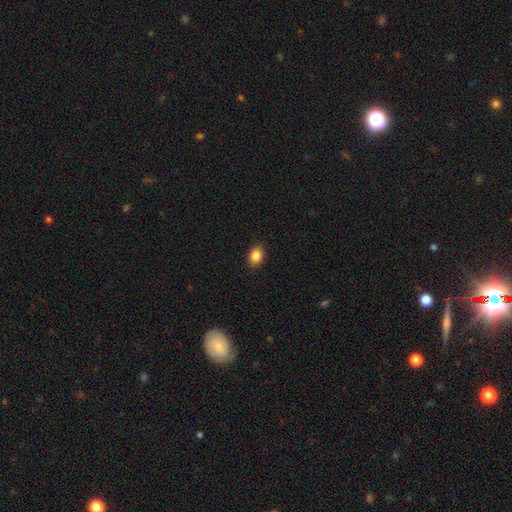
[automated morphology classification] Smooth or featured? Predicted: smooth (p=0.86). How rounded? Predicted: in between (p=0.74). Merging? Predicted: none (p=0.89).